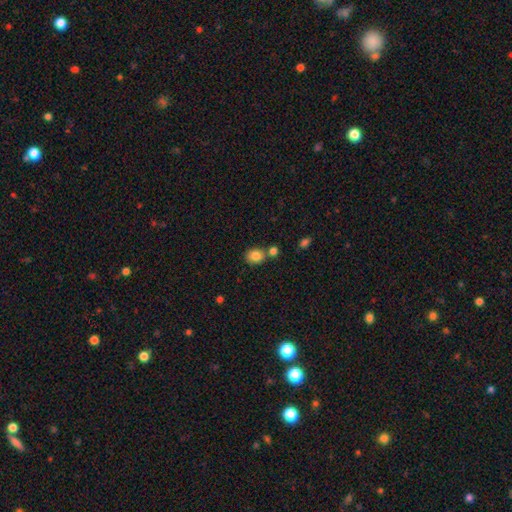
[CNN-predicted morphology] Smooth or featured?
  - smooth: 84% *
  - star or artifact: 9%
  - featured or disk: 7%
How rounded?
  - in between: 51% *
  - round: 48%
  - cigar-shaped: 1%
Merging?
  - none: 62% *
  - merger: 24%
  - minor disturbance: 11%
  - major disturbance: 3%